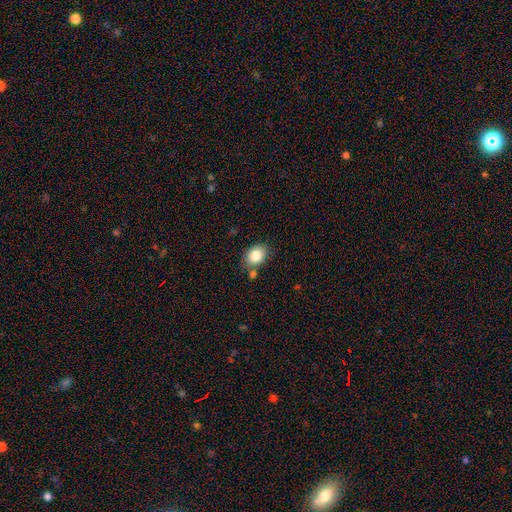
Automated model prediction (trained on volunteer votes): Smooth or featured? smooth (83%)
How rounded? in between (61%)
Merging? none (71%)